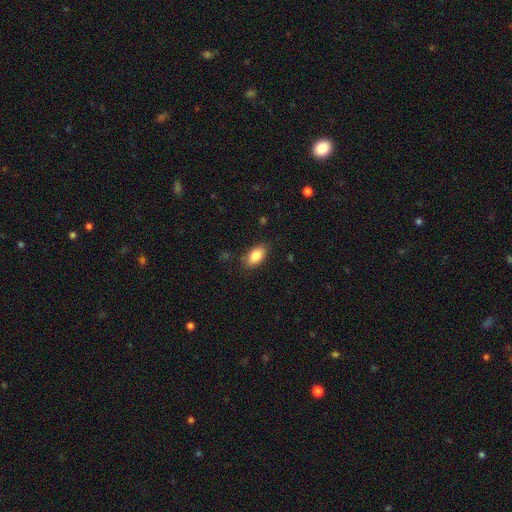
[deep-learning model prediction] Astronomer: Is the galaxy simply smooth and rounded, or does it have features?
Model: smooth — 84%.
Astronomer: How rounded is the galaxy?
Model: in between — 90%.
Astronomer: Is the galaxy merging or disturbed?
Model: none — 81%.